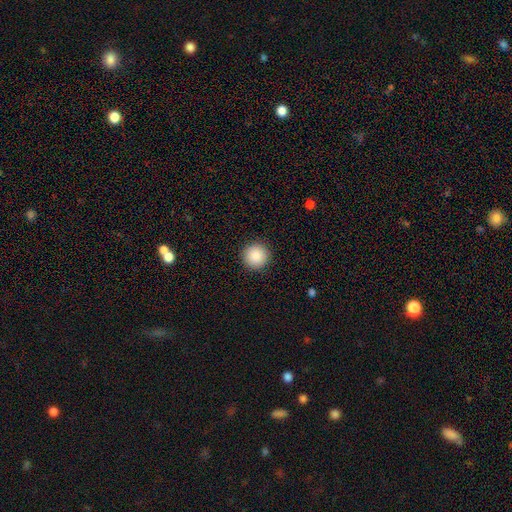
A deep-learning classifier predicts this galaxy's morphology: Smooth or featured: smooth — 89% (star or artifact — 8%)
How rounded: round — 96% (in between — 3%)
Merging: none — 93% (minor disturbance — 5%)